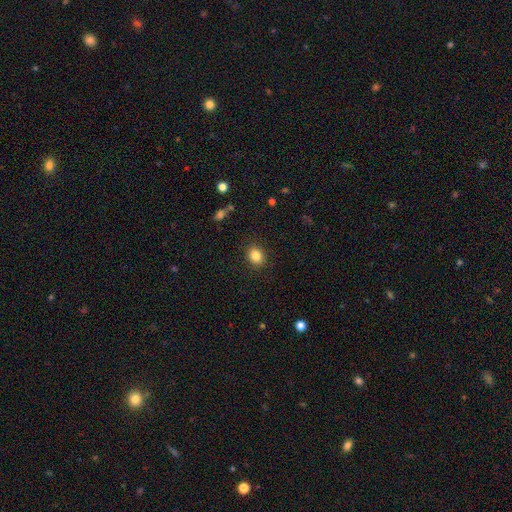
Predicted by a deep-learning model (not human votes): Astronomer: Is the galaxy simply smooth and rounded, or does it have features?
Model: smooth — 84%.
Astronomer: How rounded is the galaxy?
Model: round — 59% (runner-up: in between, 40%).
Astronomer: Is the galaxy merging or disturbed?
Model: none — 89%.